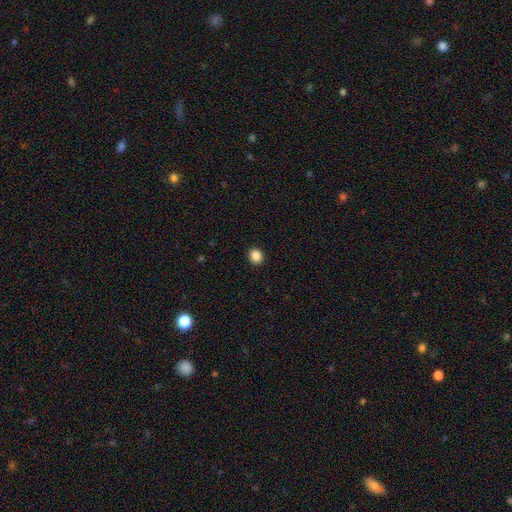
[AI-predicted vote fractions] Smooth or featured?
  - smooth: 87% *
  - star or artifact: 10%
  - featured or disk: 3%
How rounded?
  - round: 73% *
  - in between: 26%
  - cigar-shaped: 1%
Merging?
  - none: 92% *
  - minor disturbance: 5%
  - major disturbance: 2%
  - merger: 1%